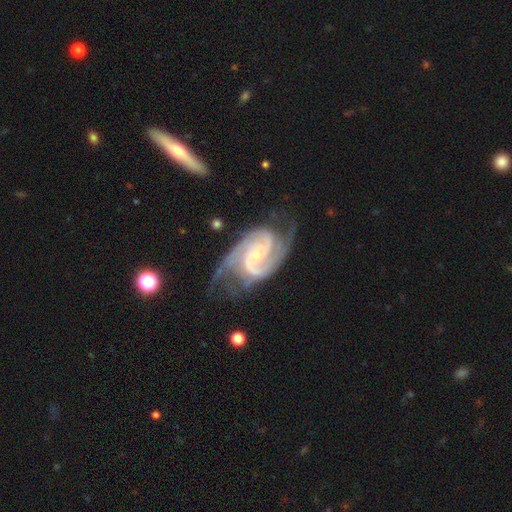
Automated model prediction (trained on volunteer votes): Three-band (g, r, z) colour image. It shows a featured or disk galaxy (93%) with no bar (62%), 2 (66%) tight (46%) spiral arms (98%) and a small central bulge (78%). Merging: none (60%).